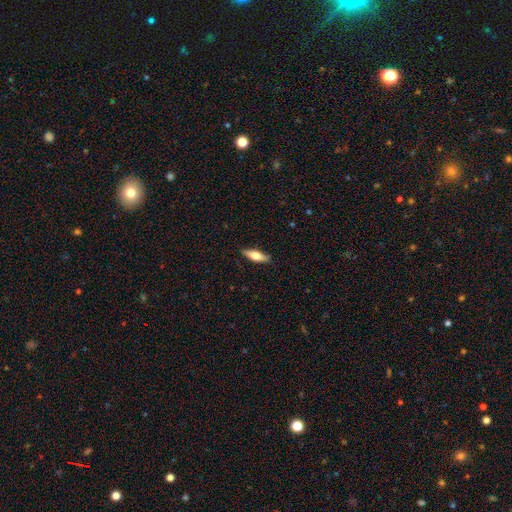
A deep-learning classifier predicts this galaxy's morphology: smooth-or-featured: smooth: 62% | featured or disk: 32% | star or artifact: 6%
  how-rounded: in between: 50% | cigar-shaped: 48% | round: 2%
  merging: none: 87% | minor disturbance: 10% | major disturbance: 2% | merger: 1%